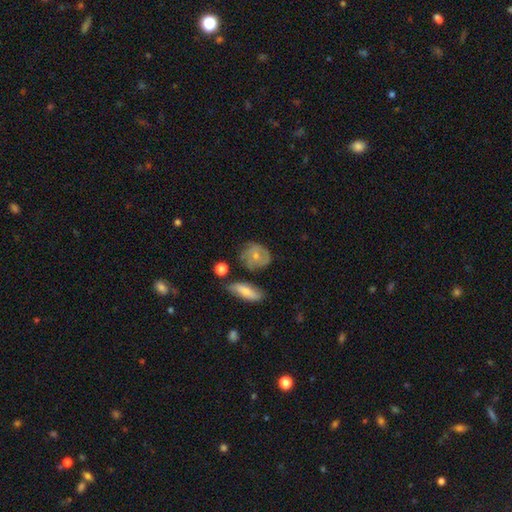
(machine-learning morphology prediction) Smooth or featured? smooth (52%)
How rounded? round (63%)
Merging? none (54%)